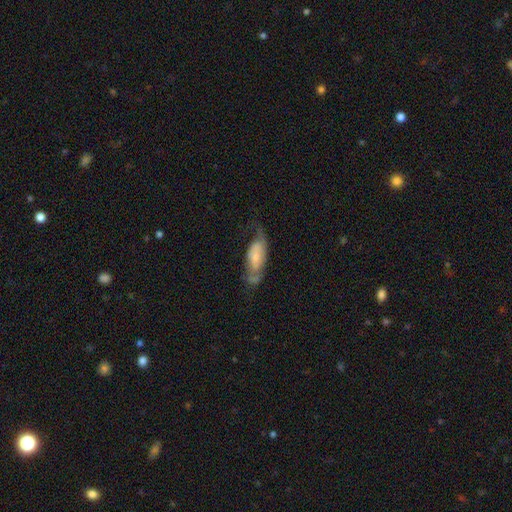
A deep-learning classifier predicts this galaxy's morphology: Smooth or featured?
  - featured or disk: 52% *
  - smooth: 41%
  - star or artifact: 7%
Edge-on disk?
  - no: 84% *
  - yes: 16%
Merging?
  - none: 40% *
  - minor disturbance: 29%
  - major disturbance: 27%
  - merger: 5%